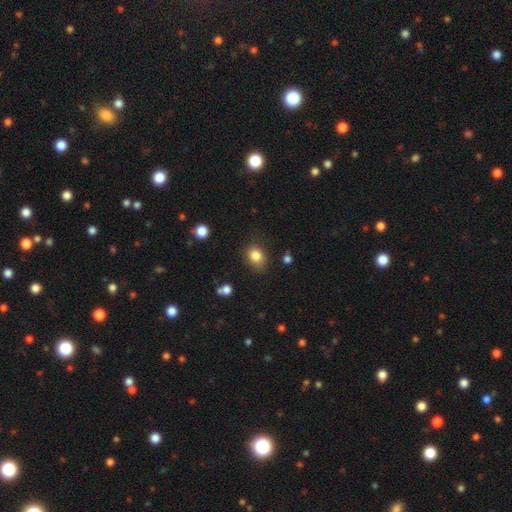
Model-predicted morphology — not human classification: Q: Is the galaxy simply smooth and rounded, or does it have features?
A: smooth — 83%.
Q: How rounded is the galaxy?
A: in between — 51%.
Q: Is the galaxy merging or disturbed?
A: none — 75%.